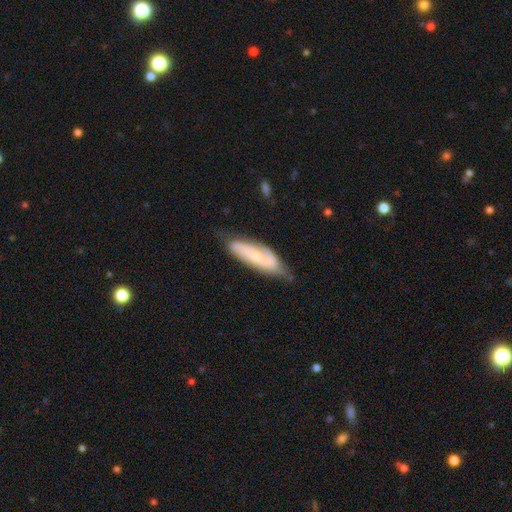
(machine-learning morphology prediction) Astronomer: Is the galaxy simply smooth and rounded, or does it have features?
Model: featured or disk — 66%.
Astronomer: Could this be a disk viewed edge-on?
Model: no — 85%.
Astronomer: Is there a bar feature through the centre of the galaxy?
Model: no — 57% (runner-up: weak, 32%).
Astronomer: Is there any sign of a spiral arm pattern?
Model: yes — 90%.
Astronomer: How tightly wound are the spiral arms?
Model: medium — 43% (runner-up: tight, 33%).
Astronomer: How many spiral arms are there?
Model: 2 — 75%.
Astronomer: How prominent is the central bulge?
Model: small — 63%.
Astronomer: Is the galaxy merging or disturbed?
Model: none — 66%.